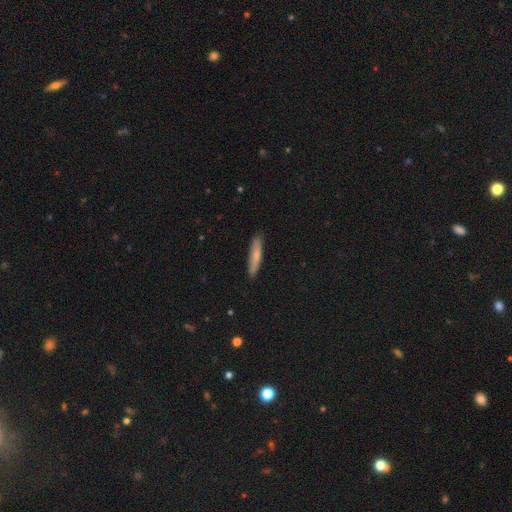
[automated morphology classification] smooth 73%, featured or disk 21%, star or artifact 5%. Down the decision tree: how rounded — cigar-shaped (88%); merging — none (88%).